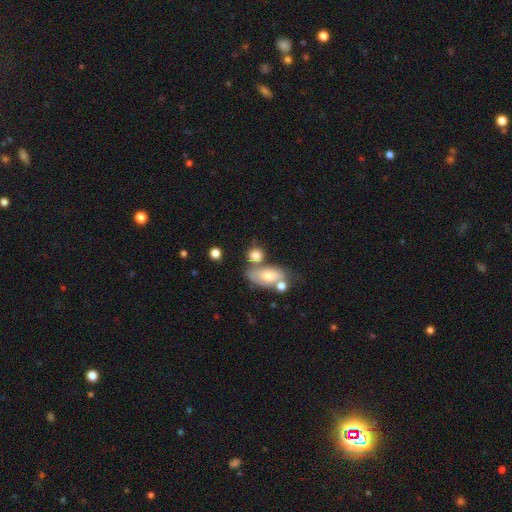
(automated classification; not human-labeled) This is likely a smooth galaxy (77%). How rounded: possibly round (53%). Merging: possibly none (49%).